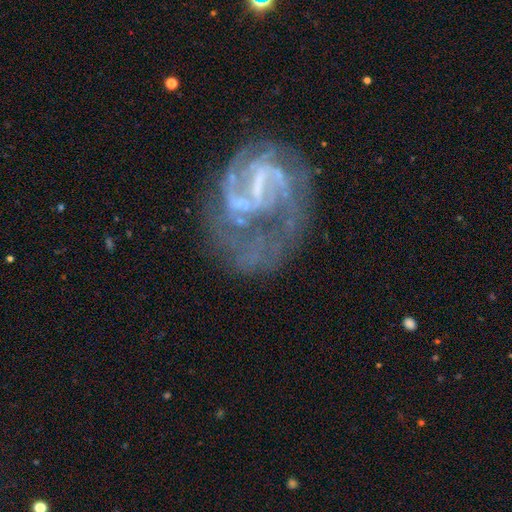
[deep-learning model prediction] Morphology: type=featured or disk (84%); edge-on=no (98%); bar=weak (43%); spiral arms=yes (85%); winding=medium (44%); arm count=2 (51%); bulge=none (47%); merging=none (40%).